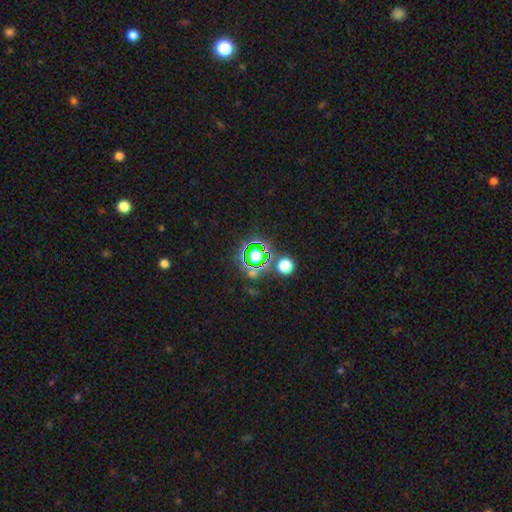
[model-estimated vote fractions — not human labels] A star or artifact, not a galaxy (66%).

Vote fractions:
- Smooth or featured? star or artifact: 66% / smooth: 24% / featured or disk: 11%